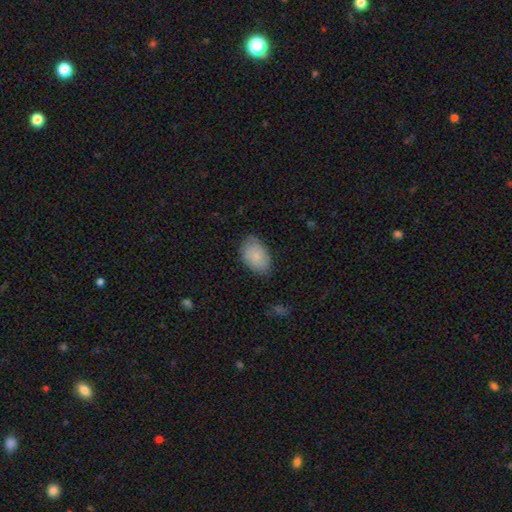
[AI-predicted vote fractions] A smooth galaxy with no disk features (84%) that is in between round and cigar-shaped (90%).

Vote fractions:
- Smooth or featured? smooth: 84% / featured or disk: 9% / star or artifact: 7%
- How rounded? in between: 90% / round: 9% / cigar-shaped: 1%
- Merging? none: 77% / minor disturbance: 18% / major disturbance: 4% / merger: 1%